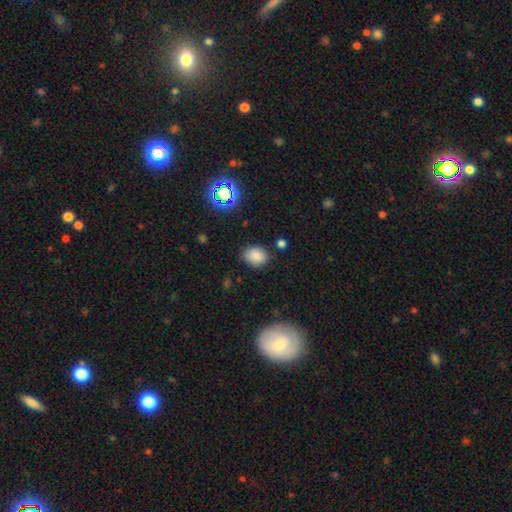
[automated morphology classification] Smooth or featured: smooth — 82% (star or artifact — 13%)
How rounded: in between — 52% (round — 47%)
Merging: none — 78% (minor disturbance — 16%)